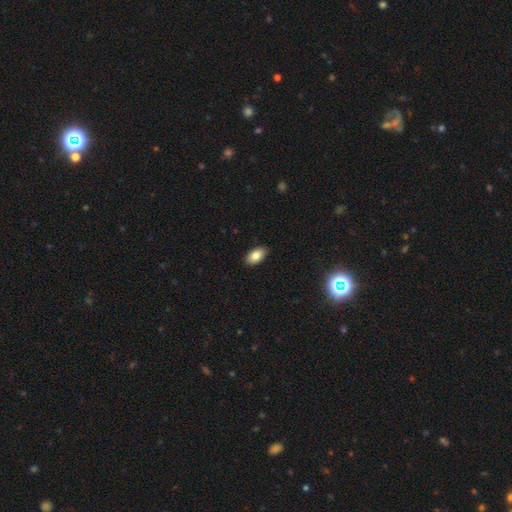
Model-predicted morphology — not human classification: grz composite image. It shows a smooth galaxy with no disk features (84%) that is in between round and cigar-shaped (94%). Merging: none (89%).